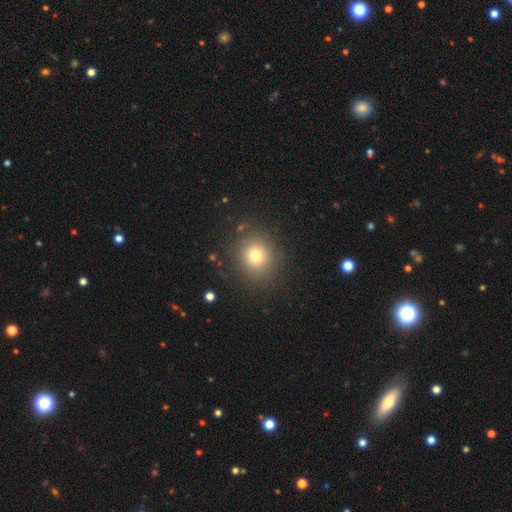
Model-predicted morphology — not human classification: A smooth galaxy with no disk features (76%) that is round (80%).

Vote fractions:
- Smooth or featured? smooth: 76% / star or artifact: 14% / featured or disk: 10%
- How rounded? round: 80% / in between: 19% / cigar-shaped: 1%
- Merging? none: 85% / minor disturbance: 9% / major disturbance: 4% / merger: 2%